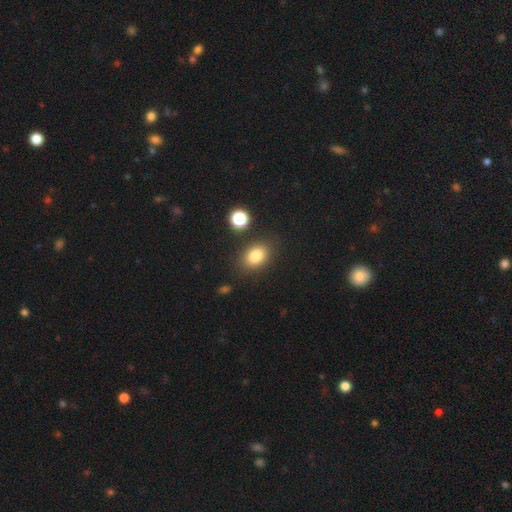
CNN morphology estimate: Overall: smooth (82%). How rounded: in between (75%). Merging: none (82%).